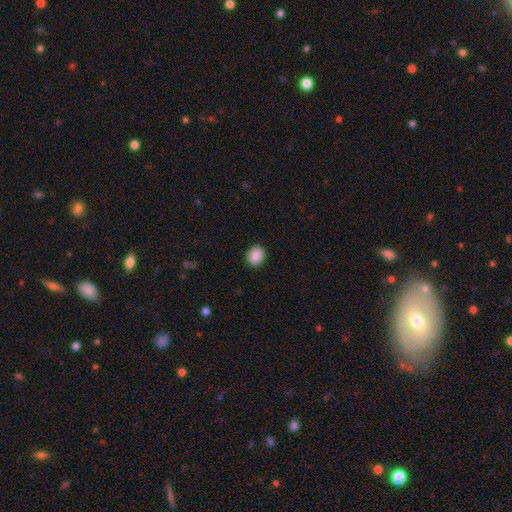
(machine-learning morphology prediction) Smooth or featured: smooth — 89% (star or artifact — 8%)
How rounded: round — 52% (in between — 47%)
Merging: none — 88% (minor disturbance — 8%)